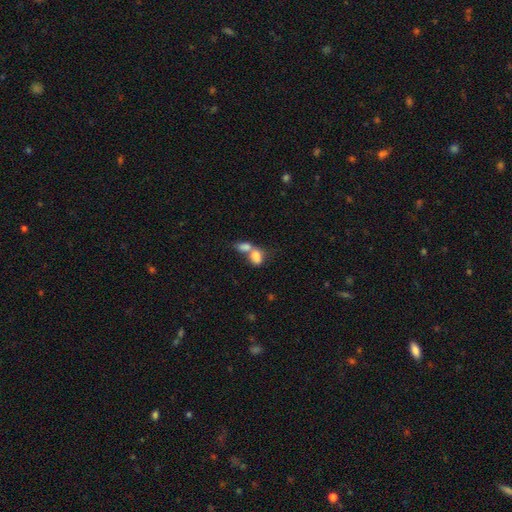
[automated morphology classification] This appears to be a smooth galaxy with no disk features (78%) that is in between round and cigar-shaped (82%). Merging: merger (73%).